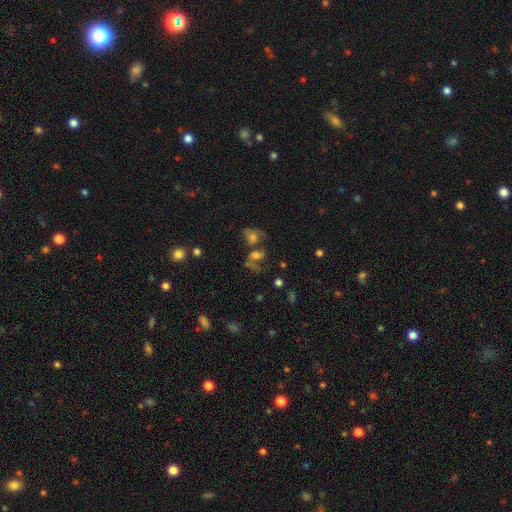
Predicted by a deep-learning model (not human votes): A smooth galaxy with no disk features (44%).

Vote fractions:
- Smooth or featured? smooth: 44% / featured or disk: 36% / star or artifact: 20%
- Merging? merger: 48% / none: 23% / major disturbance: 18% / minor disturbance: 10%